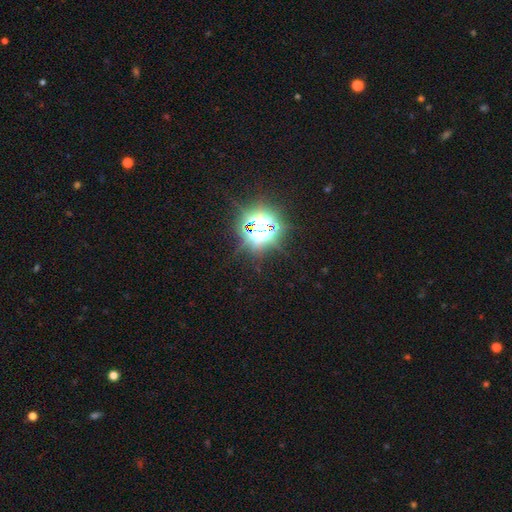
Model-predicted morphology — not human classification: Smooth or featured: star or artifact — 82% (smooth — 10%)